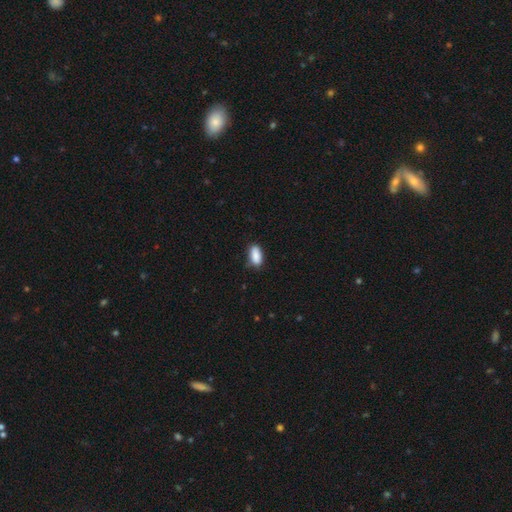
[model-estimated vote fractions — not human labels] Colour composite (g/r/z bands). It shows a smooth galaxy with no disk features (87%) that is in between round and cigar-shaped (90%). Merging: none (74%).